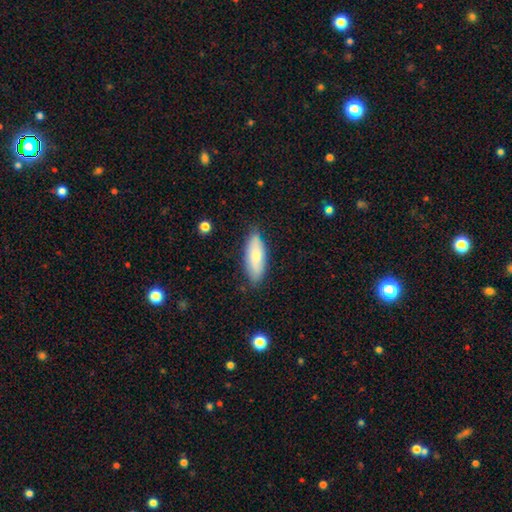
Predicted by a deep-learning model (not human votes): This appears to be a smooth galaxy with no disk features (76%) that is in between round and cigar-shaped (70%). Merging: none (79%).